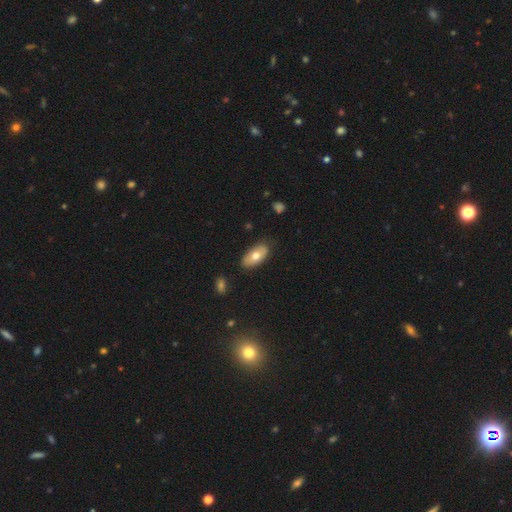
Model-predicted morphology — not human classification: Smooth or featured?
  - smooth: 67% *
  - featured or disk: 27%
  - star or artifact: 6%
How rounded?
  - in between: 92% *
  - cigar-shaped: 5%
  - round: 3%
Merging?
  - none: 80% *
  - minor disturbance: 15%
  - major disturbance: 3%
  - merger: 1%